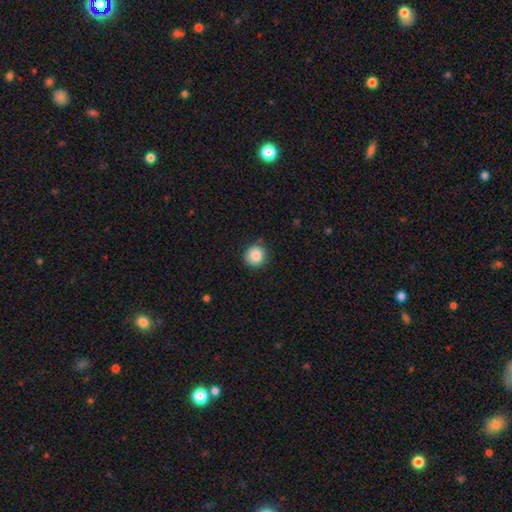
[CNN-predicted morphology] This appears to be a smooth galaxy with no disk features (87%) that is round (92%). Merging: none (84%).